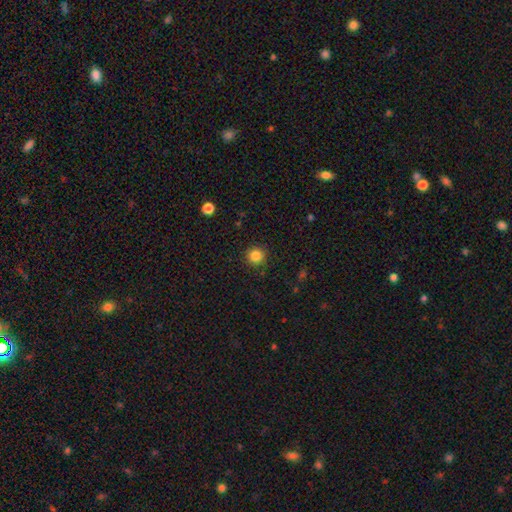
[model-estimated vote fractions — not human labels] Smooth or featured: smooth — 84% (star or artifact — 12%)
How rounded: round — 95% (in between — 4%)
Merging: none — 91% (minor disturbance — 6%)